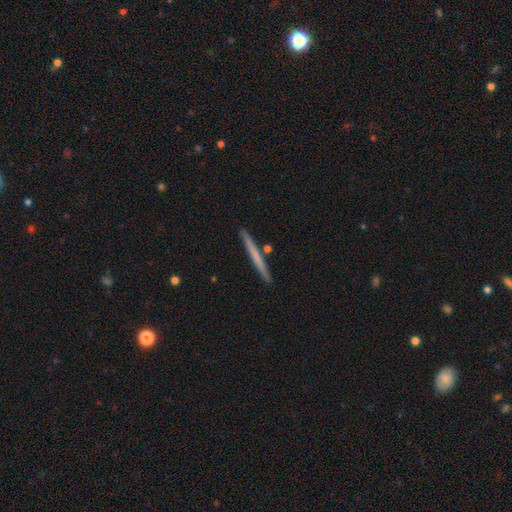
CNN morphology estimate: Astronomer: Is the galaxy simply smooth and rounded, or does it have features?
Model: smooth — 54% (runner-up: featured or disk, 41%).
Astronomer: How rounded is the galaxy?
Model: cigar-shaped — 97%.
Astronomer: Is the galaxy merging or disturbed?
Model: none — 90%.